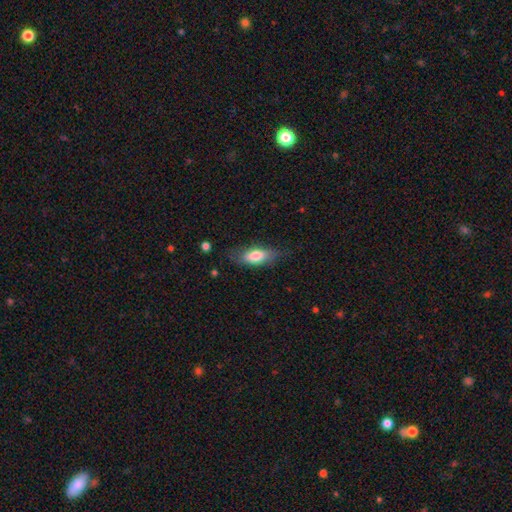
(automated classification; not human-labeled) A smooth galaxy with no disk features (75%) that is in between round and cigar-shaped (74%).

Vote fractions:
- Smooth or featured? smooth: 75% / featured or disk: 19% / star or artifact: 7%
- How rounded? in between: 74% / cigar-shaped: 23% / round: 3%
- Merging? none: 72% / minor disturbance: 20% / major disturbance: 6% / merger: 2%